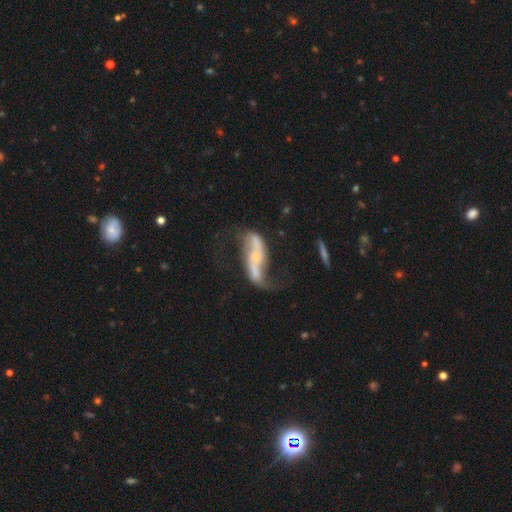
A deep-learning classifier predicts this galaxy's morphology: Smooth or featured: featured or disk — 85% (smooth — 9%)
Edge-on disk: no — 90% (yes — 10%)
Bar: no — 39% (strong — 33%)
Spiral arms: yes — 93% (no — 7%)
Spiral winding: loose — 84% (medium — 12%)
Spiral arm count: 2 — 91% (1 — 3%)
Bulge size: small — 57% (moderate — 32%)
Merging: none — 55% (minor disturbance — 19%)